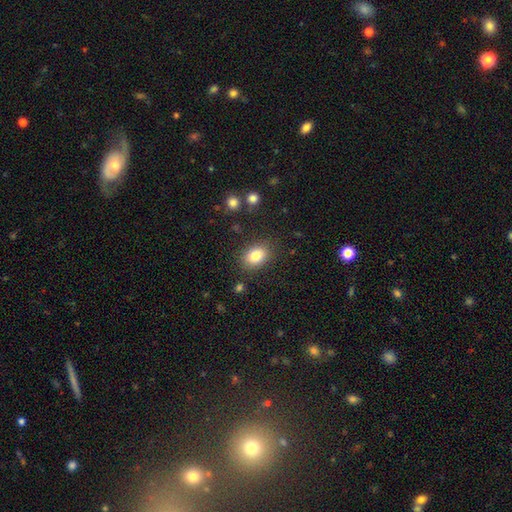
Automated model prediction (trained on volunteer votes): Smooth or featured: smooth — 82% (star or artifact — 9%)
How rounded: in between — 70% (round — 29%)
Merging: none — 83% (minor disturbance — 11%)